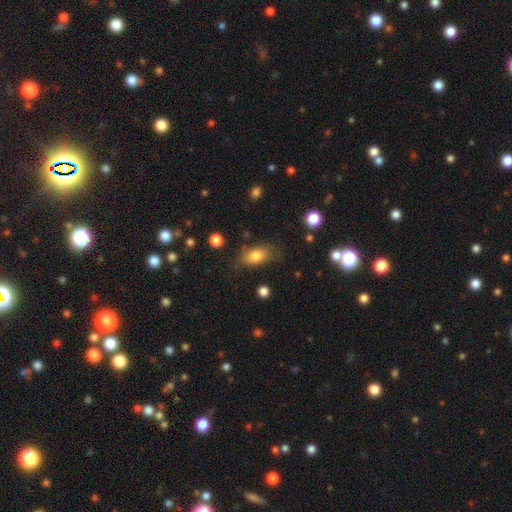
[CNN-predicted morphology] Smooth or featured: smooth — 79% (featured or disk — 12%)
How rounded: in between — 85% (round — 11%)
Merging: none — 68% (minor disturbance — 21%)